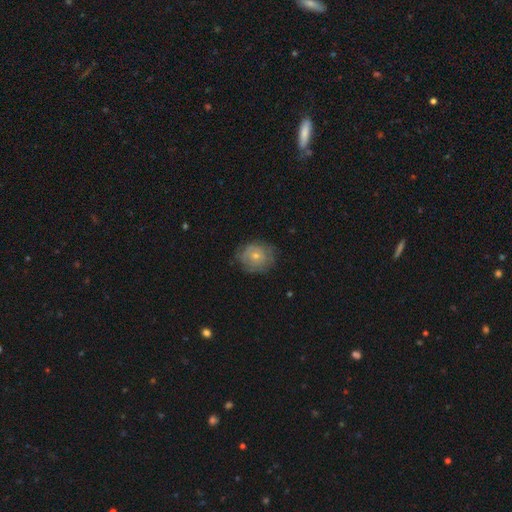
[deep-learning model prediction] A smooth galaxy with no disk features (46%, tied with featured or disk).

Vote fractions:
- Smooth or featured? smooth: 46% (tied) / featured or disk: 46% (tied) / star or artifact: 8%
- Merging? none: 68% / minor disturbance: 22% / major disturbance: 9% / merger: 1%